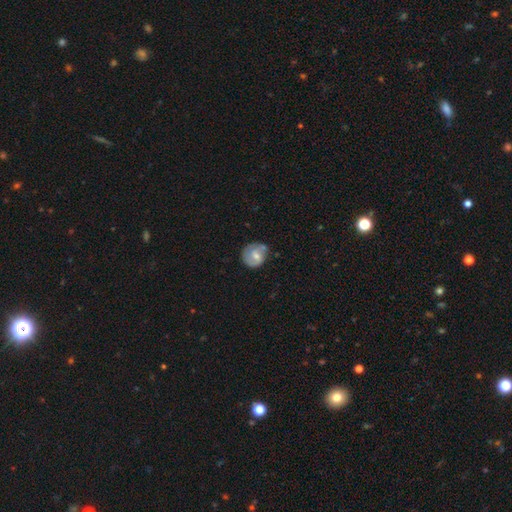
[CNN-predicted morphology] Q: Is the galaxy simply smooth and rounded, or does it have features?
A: featured or disk — 47%.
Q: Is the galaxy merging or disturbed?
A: none — 59%.